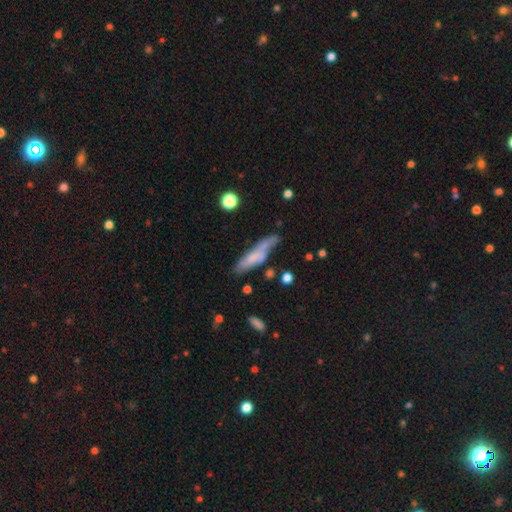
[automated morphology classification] Smooth or featured?
  - smooth: 57% *
  - featured or disk: 35%
  - star or artifact: 8%
How rounded?
  - cigar-shaped: 74% *
  - in between: 24%
  - round: 2%
Merging?
  - none: 49% *
  - minor disturbance: 29%
  - major disturbance: 13%
  - merger: 10%